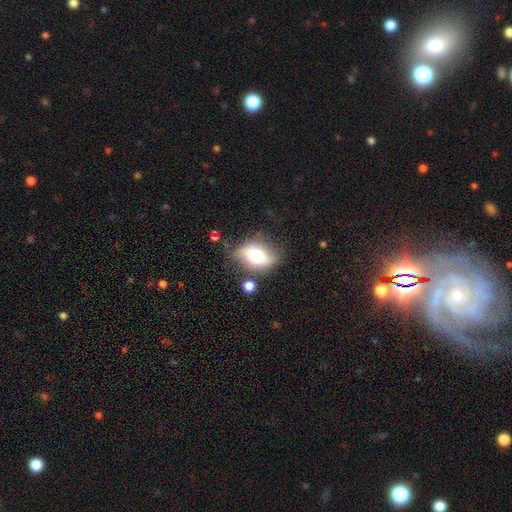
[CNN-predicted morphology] This appears to be a smooth galaxy with no disk features (55%) that is in between round and cigar-shaped (72%). Merging: none (61%).